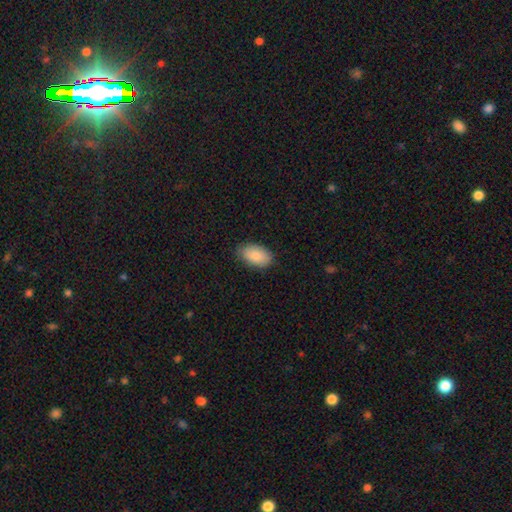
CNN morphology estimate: smooth_or_featured: smooth (p=0.86) [alt: featured or disk p=0.08]
how_rounded: in between (p=0.94) [alt: round p=0.05]
merging: none (p=0.84) [alt: minor disturbance p=0.13]